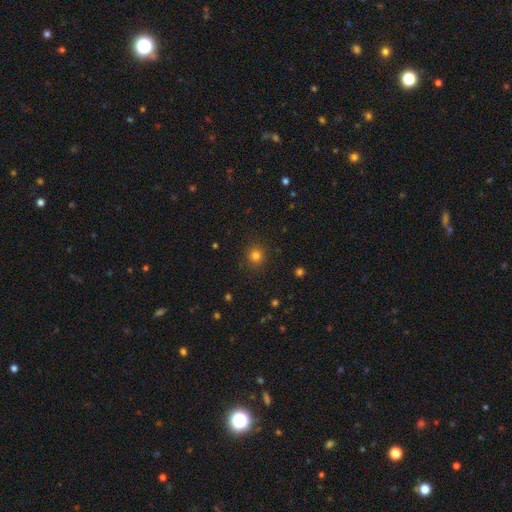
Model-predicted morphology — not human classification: Overall: smooth (80%). How rounded: round (89%). Merging: none (88%).